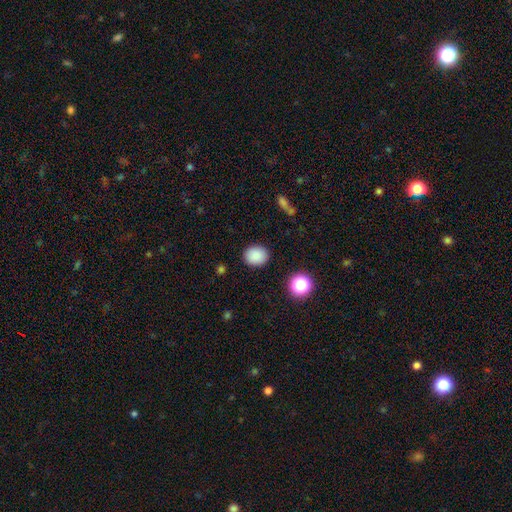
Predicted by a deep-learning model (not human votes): Smooth or featured: smooth — 86% (star or artifact — 10%)
How rounded: round — 62% (in between — 37%)
Merging: none — 88% (minor disturbance — 8%)